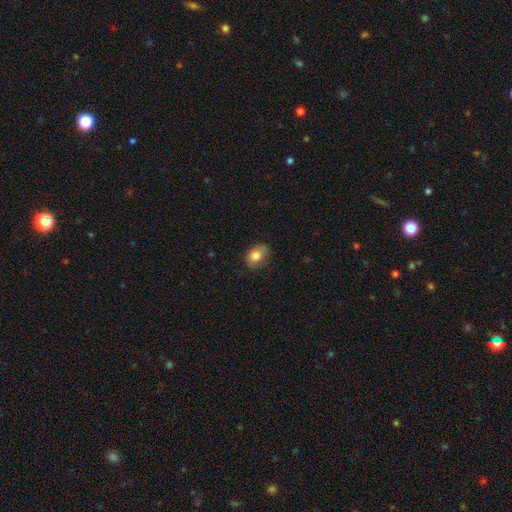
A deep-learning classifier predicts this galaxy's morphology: Smooth or featured? smooth (82%)
How rounded? in between (66%)
Merging? none (71%)